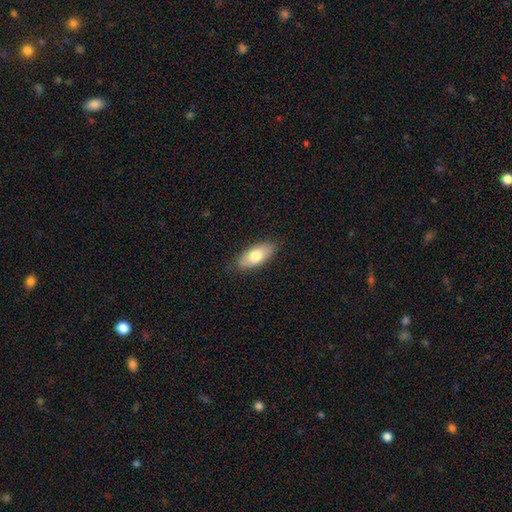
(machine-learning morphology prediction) The model was most divided on "smooth or featured": smooth: 75%, featured or disk: 19%, star or artifact: 6%. More confident: merging — none (85%); how rounded — in between (85%).